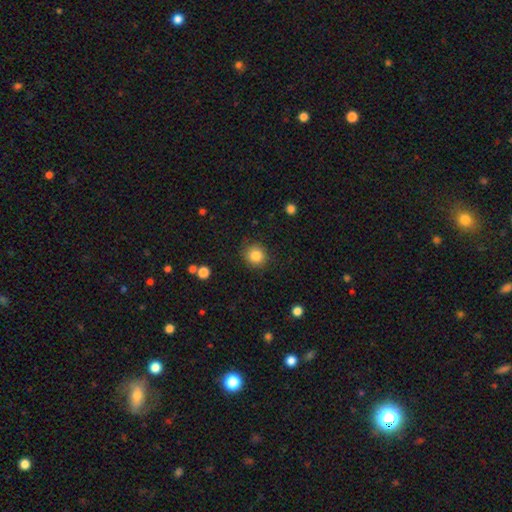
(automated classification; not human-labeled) smooth 85%, star or artifact 10%, featured or disk 5%. Down the decision tree: how rounded — round (89%); merging — none (87%).